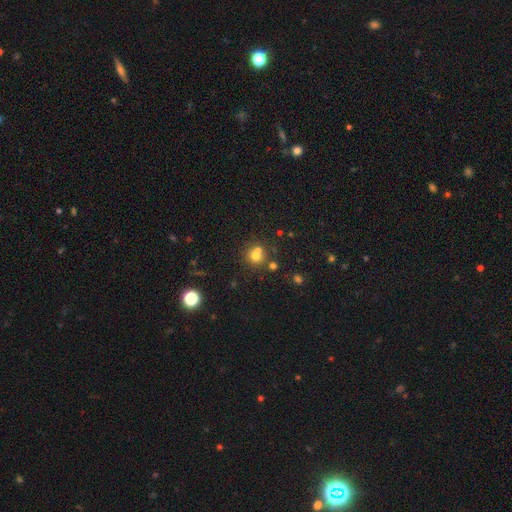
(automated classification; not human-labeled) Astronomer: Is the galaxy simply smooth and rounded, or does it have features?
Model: smooth — 65%.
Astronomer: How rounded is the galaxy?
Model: round — 88%.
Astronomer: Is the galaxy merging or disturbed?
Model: none — 52% (runner-up: merger, 38%).